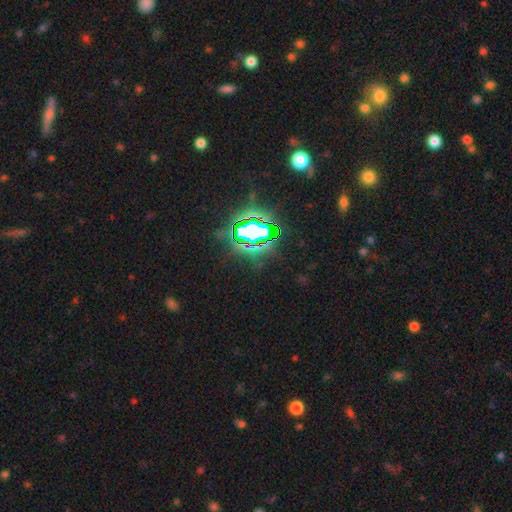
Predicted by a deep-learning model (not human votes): This is clearly a star or artifact rather than a galaxy (82%).